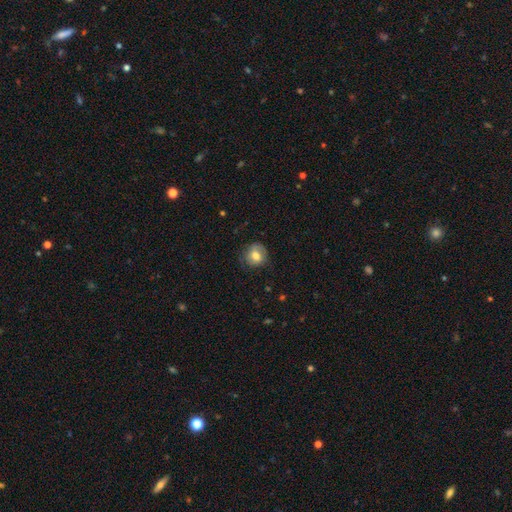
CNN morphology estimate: This is likely a smooth galaxy (68%). How rounded: likely round (76%). Merging: likely none (68%).